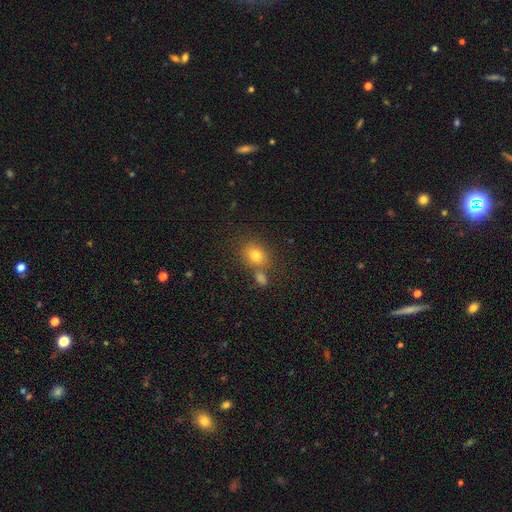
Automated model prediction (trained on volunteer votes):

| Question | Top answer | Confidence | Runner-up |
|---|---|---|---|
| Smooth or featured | smooth | 76% | star or artifact (14%) |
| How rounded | round | 60% | in between (39%) |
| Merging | none | 62% | merger (24%) |